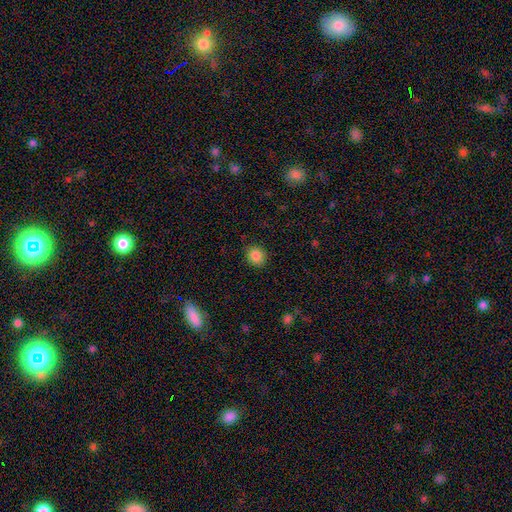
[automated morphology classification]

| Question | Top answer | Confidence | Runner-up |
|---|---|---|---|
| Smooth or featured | smooth | 85% | star or artifact (10%) |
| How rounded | round | 74% | in between (25%) |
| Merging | none | 89% | minor disturbance (8%) |